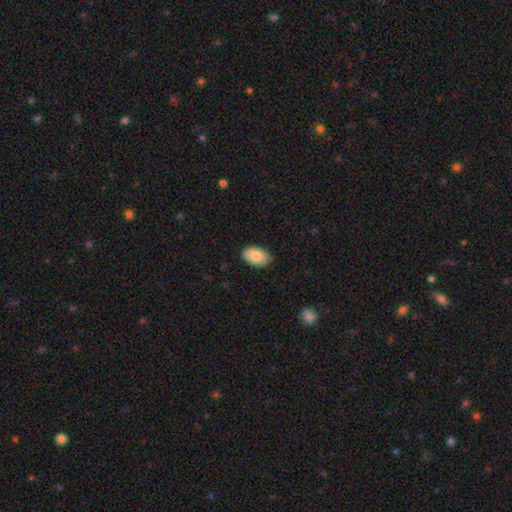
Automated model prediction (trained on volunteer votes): A smooth galaxy with no disk features (84%) that is in between round and cigar-shaped (94%). Merging: none (85%).